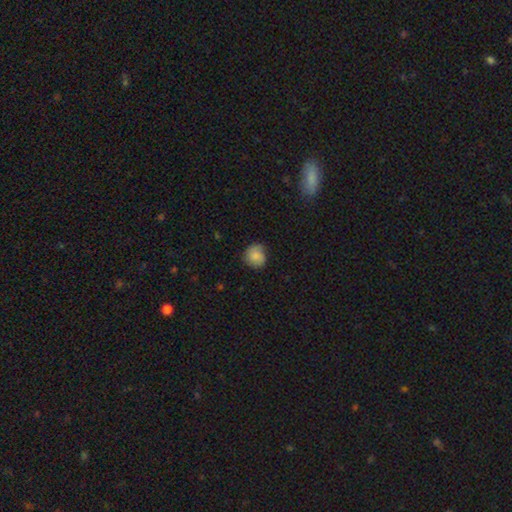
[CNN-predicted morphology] Smooth or featured? smooth (79%)
How rounded? round (84%)
Merging? none (68%)